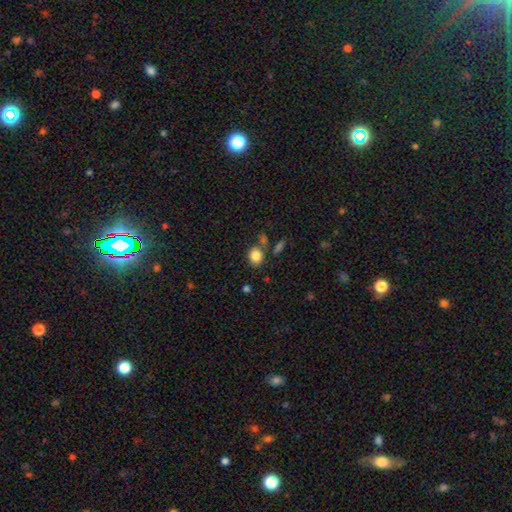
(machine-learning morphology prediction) smooth-or-featured: smooth: 84% | star or artifact: 9% | featured or disk: 7%
  how-rounded: round: 52% | in between: 47% | cigar-shaped: 1%
  merging: none: 72% | minor disturbance: 12% | merger: 12% | major disturbance: 4%